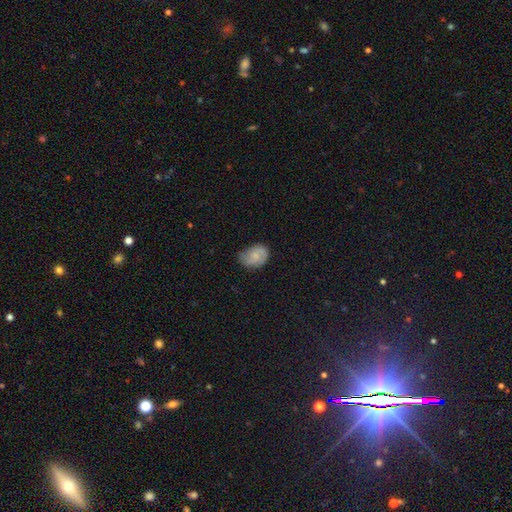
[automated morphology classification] Smooth or featured?
  - smooth: 46% * (tied)
  - featured or disk: 46% * (tied)
  - star or artifact: 8%
Merging?
  - none: 62% *
  - minor disturbance: 28%
  - major disturbance: 8%
  - merger: 1%